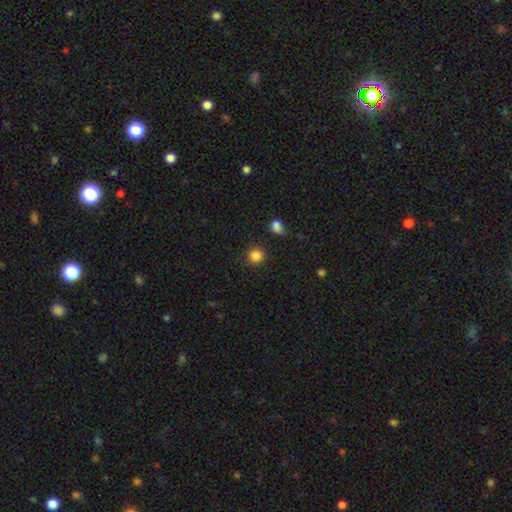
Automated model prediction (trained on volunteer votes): A smooth galaxy with no disk features (85%) that is round (93%). Merging: none (88%).